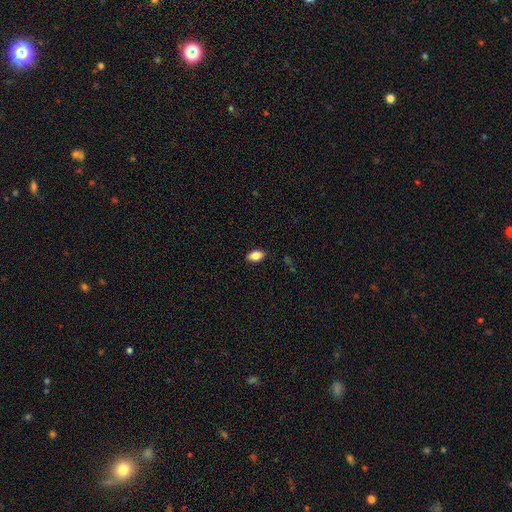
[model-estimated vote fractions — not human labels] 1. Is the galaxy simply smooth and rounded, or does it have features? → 85% smooth, 8% star or artifact, 7% featured or disk.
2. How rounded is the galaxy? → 90% in between, 7% round, 3% cigar-shaped.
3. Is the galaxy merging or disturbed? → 87% none, 10% minor disturbance, 2% major disturbance, 1% merger.